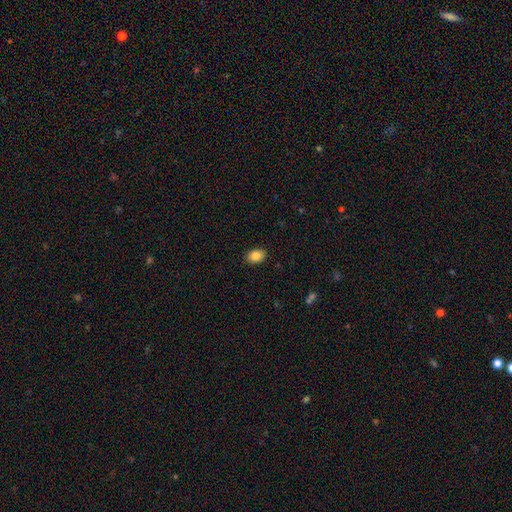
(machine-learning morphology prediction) A smooth galaxy with no disk features (86%) that is in between round and cigar-shaped (78%).

Vote fractions:
- Smooth or featured? smooth: 86% / star or artifact: 8% / featured or disk: 5%
- How rounded? in between: 78% / round: 21% / cigar-shaped: 1%
- Merging? none: 90% / minor disturbance: 8% / major disturbance: 2% / merger: 1%